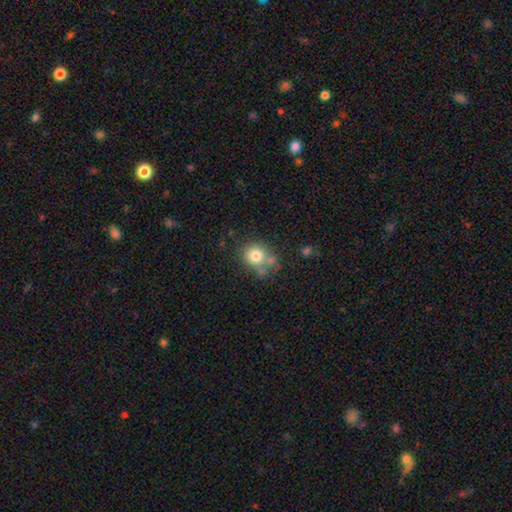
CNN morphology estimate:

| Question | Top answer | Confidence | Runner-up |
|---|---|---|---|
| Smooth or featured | smooth | 77% | featured or disk (12%) |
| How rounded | round | 80% | in between (19%) |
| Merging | none | 57% | merger (19%) |